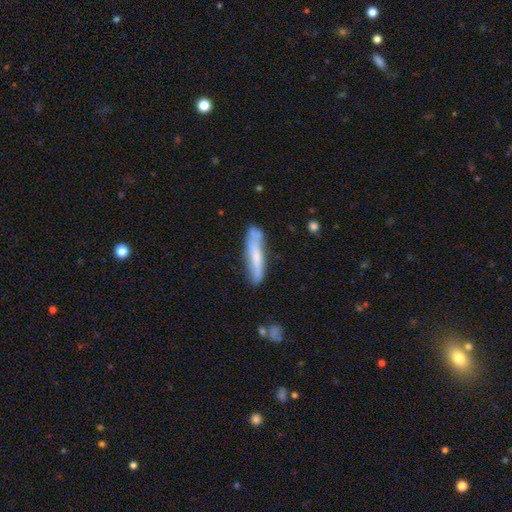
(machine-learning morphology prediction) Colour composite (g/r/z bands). It shows a smooth galaxy with no disk features (60%) that is cigar-shaped (89%). Merging: none (71%).